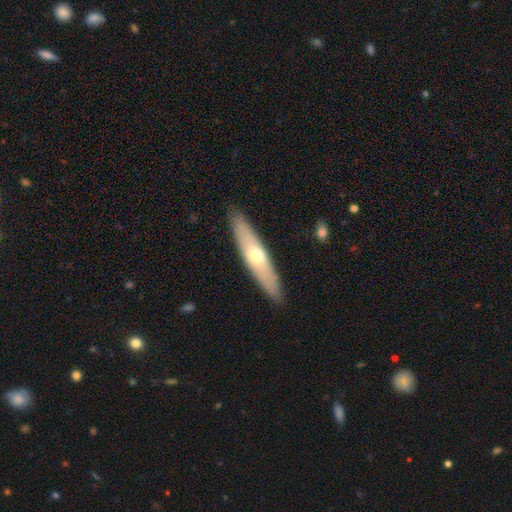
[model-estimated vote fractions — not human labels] Smooth or featured? Predicted: smooth (p=0.52). How rounded? Predicted: cigar-shaped (p=0.79). Merging? Predicted: none (p=0.89).